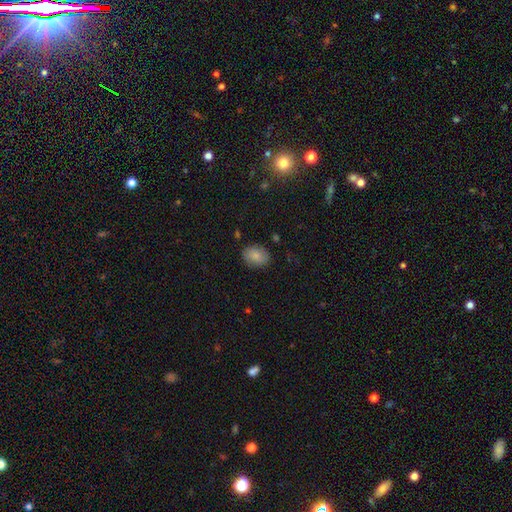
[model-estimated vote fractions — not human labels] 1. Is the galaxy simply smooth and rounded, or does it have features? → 83% smooth, 9% featured or disk, 8% star or artifact.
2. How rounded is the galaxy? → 66% in between, 33% round, 1% cigar-shaped.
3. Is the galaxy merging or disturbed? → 82% none, 13% minor disturbance, 3% major disturbance, 2% merger.